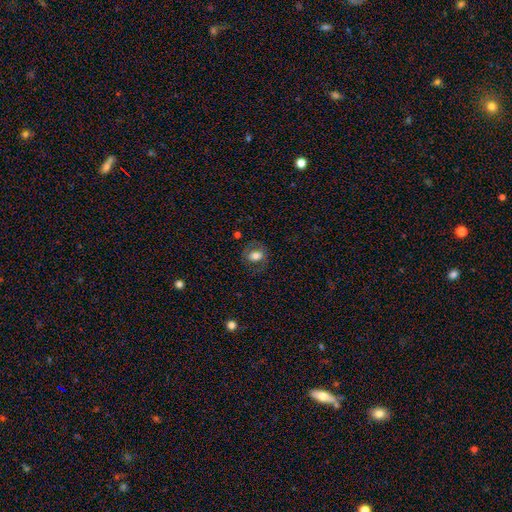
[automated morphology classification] This appears to be a smooth galaxy with no disk features (67%) that is in between round and cigar-shaped (54%). Merging: none (72%).